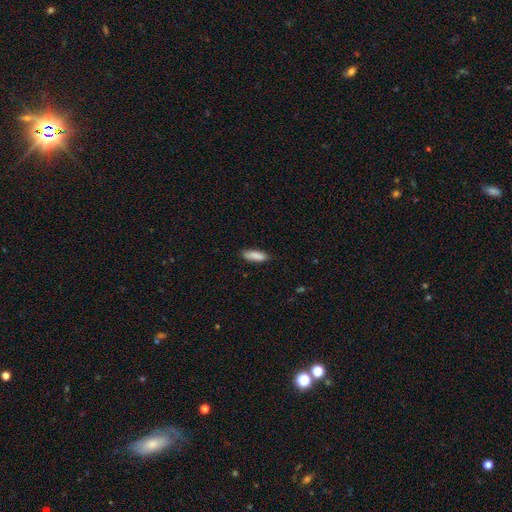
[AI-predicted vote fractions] A smooth galaxy with no disk features (87%) that is in between round and cigar-shaped (55%).

Vote fractions:
- Smooth or featured? smooth: 87% / featured or disk: 6% / star or artifact: 6%
- How rounded? in between: 55% / cigar-shaped: 44% / round: 2%
- Merging? none: 82% / minor disturbance: 15% / major disturbance: 2% / merger: 1%